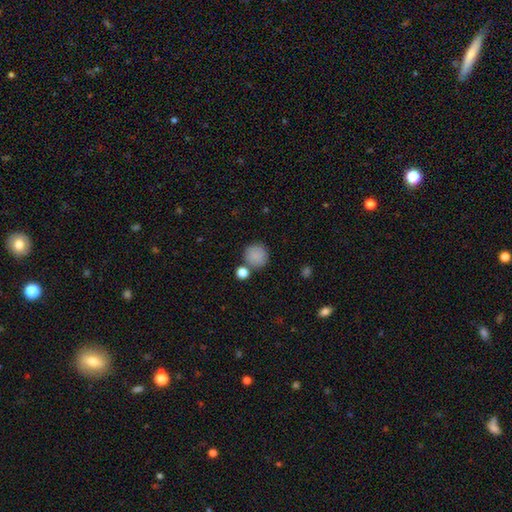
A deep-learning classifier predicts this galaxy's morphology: smooth_or_featured: smooth (p=0.85) [alt: star or artifact p=0.09]
how_rounded: round (p=0.93) [alt: in between p=0.06]
merging: none (p=0.74) [alt: merger p=0.12]